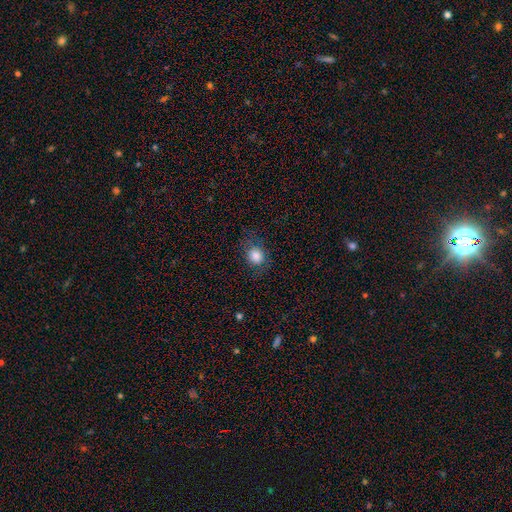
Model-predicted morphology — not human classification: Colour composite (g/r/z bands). It shows a smooth galaxy with no disk features (82%) that is round (67%). Merging: none (74%).